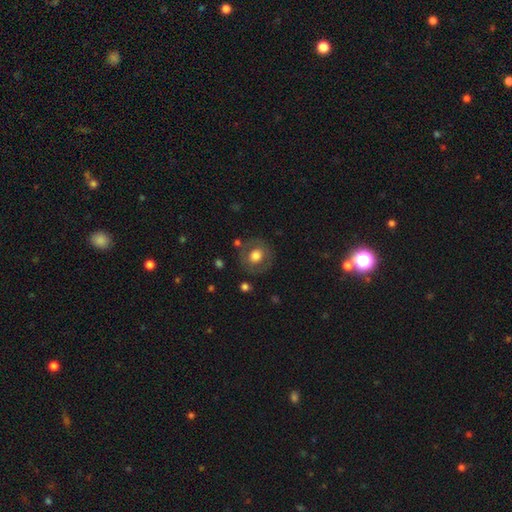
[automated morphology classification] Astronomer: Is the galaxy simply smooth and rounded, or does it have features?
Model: smooth — 62%.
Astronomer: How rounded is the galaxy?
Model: round — 85%.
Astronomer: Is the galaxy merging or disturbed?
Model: none — 79%.